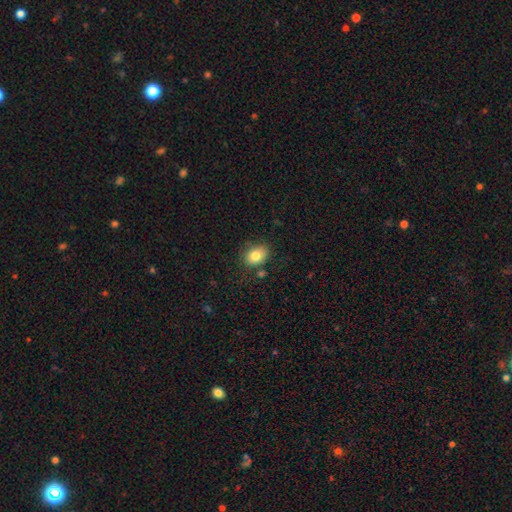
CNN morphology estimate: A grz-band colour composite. It shows a smooth galaxy with no disk features (81%) that is in between round and cigar-shaped (59%). Merging: none (71%).